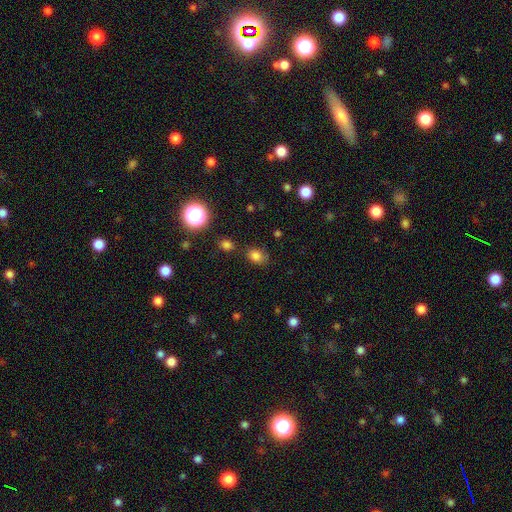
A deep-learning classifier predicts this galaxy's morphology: Q: Smooth or featured?
A: smooth (78%); runner-up: star or artifact (16%)
Q: How rounded?
A: in between (61%); runner-up: round (38%)
Q: Merging?
A: none (74%); runner-up: minor disturbance (17%)